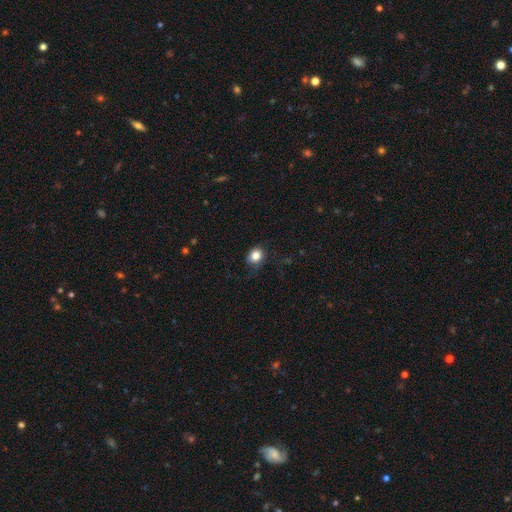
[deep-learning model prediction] The model was most divided on "how rounded": round: 60%, in between: 39%, cigar-shaped: 1%. More confident: smooth or featured — smooth (83%); merging — none (70%).